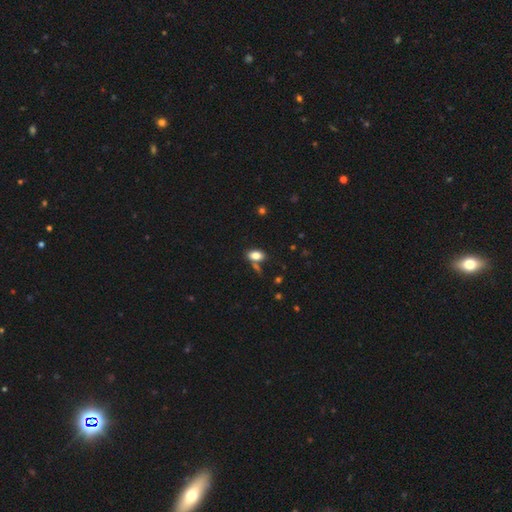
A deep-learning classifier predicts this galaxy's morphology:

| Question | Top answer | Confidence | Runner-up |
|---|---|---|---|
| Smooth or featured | smooth | 83% | star or artifact (9%) |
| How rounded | in between | 88% | round (9%) |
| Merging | none | 64% | merger (17%) |